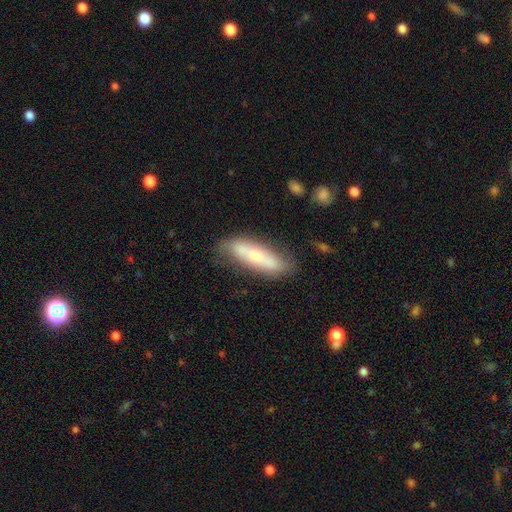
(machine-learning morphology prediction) Overall: smooth (49%; featured or disk 45%). Merging: none (75%).